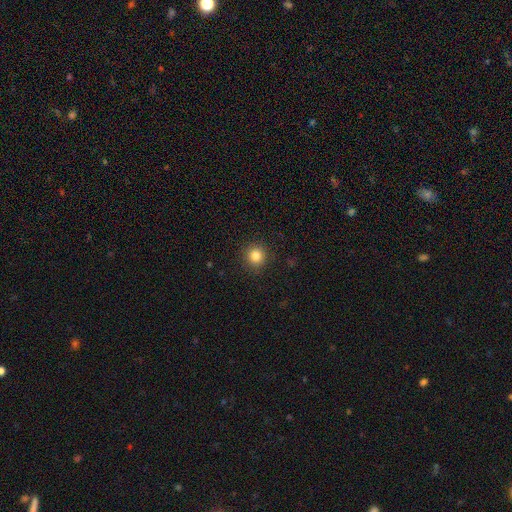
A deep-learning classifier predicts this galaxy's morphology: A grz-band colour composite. It shows a smooth galaxy with no disk features (83%) that is round (93%). Merging: none (90%).